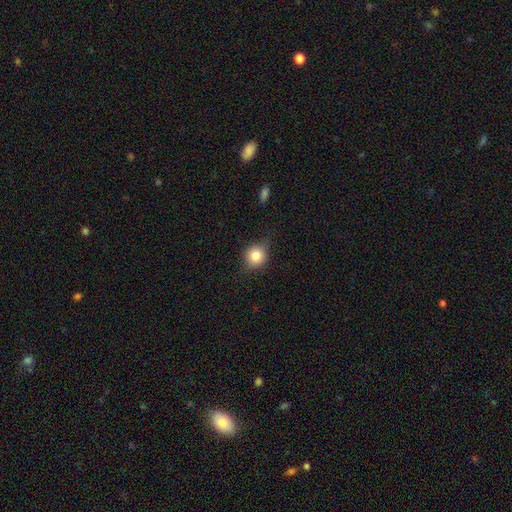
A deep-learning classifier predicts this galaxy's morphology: Smooth or featured: smooth — 78% (featured or disk — 12%)
How rounded: round — 83% (in between — 16%)
Merging: none — 71% (minor disturbance — 22%)